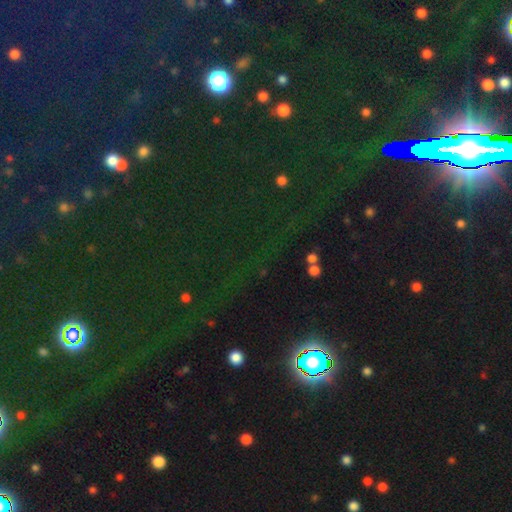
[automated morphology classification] This is likely a star or artifact rather than a galaxy (79%).